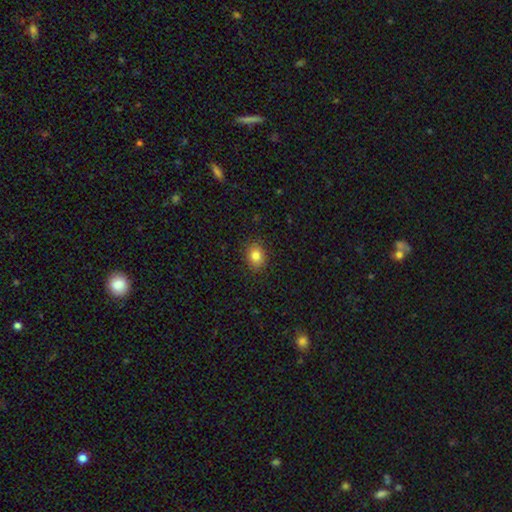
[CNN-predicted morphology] Overall: smooth (83%). How rounded: in between (53%; round 47%). Merging: none (88%).